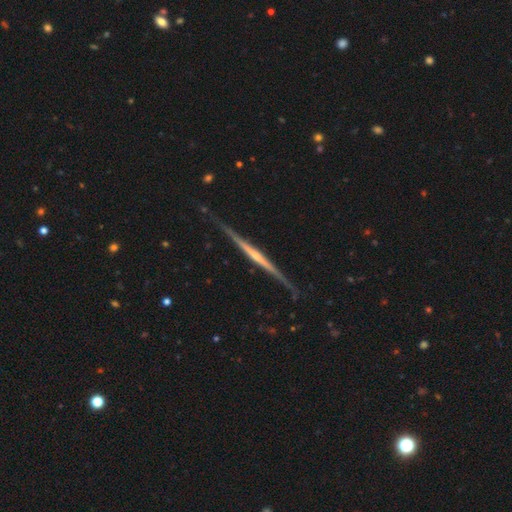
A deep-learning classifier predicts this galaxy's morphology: This appears to be a featured or disk galaxy (81%) viewed edge-on (98%) with no central bulge (48%). Merging: none (83%).